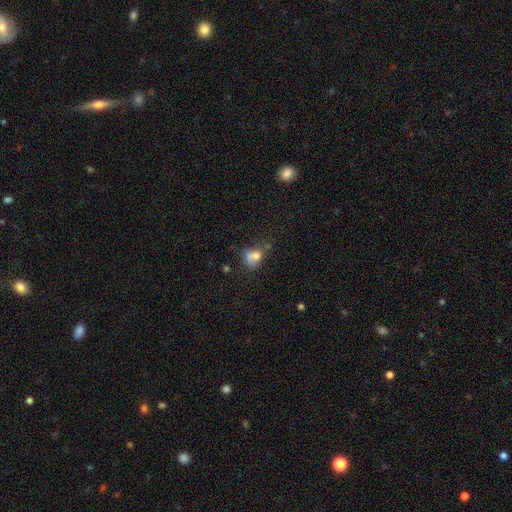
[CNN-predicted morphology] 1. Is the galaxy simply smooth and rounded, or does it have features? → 69% smooth, 17% featured or disk, 14% star or artifact.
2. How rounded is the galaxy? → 53% in between, 45% round, 2% cigar-shaped.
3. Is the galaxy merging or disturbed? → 32% none, 28% merger, 22% minor disturbance, 17% major disturbance.